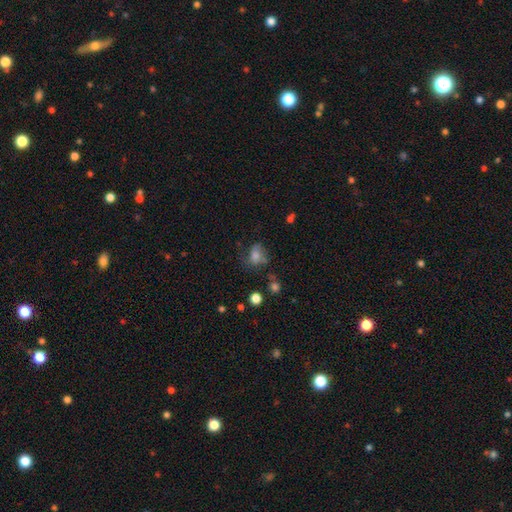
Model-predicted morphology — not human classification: smooth-or-featured: smooth: 59% | featured or disk: 24% | star or artifact: 17%
  how-rounded: in between: 59% | round: 40% | cigar-shaped: 2%
  merging: none: 45% | minor disturbance: 26% | major disturbance: 25% | merger: 5%